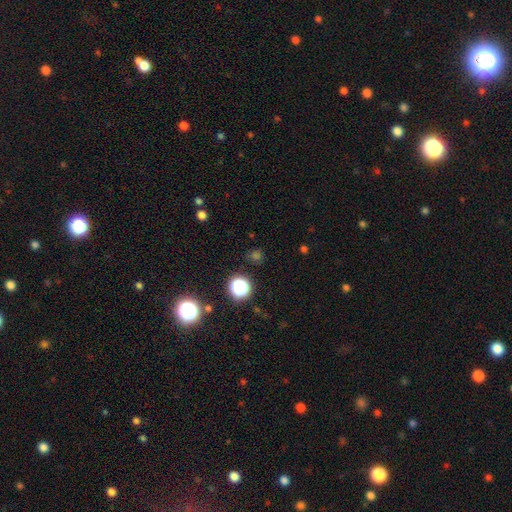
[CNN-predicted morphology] Q: Smooth or featured?
A: star or artifact (50%); runner-up: smooth (44%)